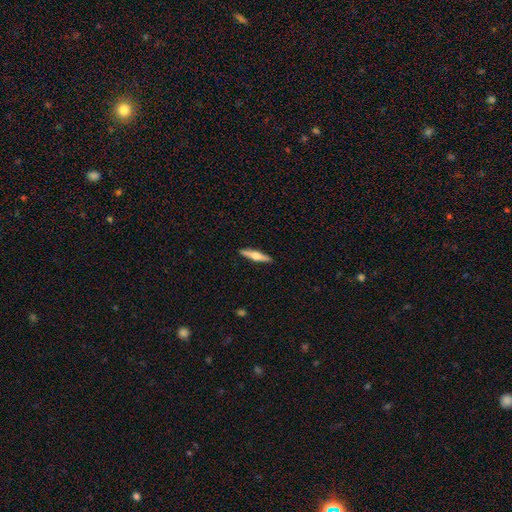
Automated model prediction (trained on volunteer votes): Smooth or featured? featured or disk (56%)
Edge-on disk? yes (96%)
Edge-on bulge? rounded (92%)
Merging? none (91%)